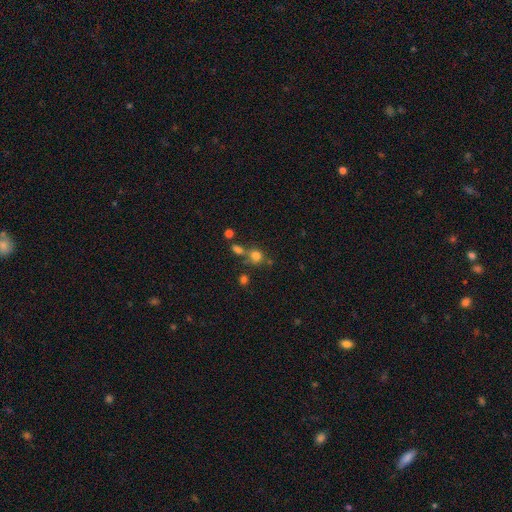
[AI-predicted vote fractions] Smooth or featured? Predicted: smooth (p=0.74). How rounded? Predicted: round (p=0.78). Merging? Predicted: none (p=0.53).